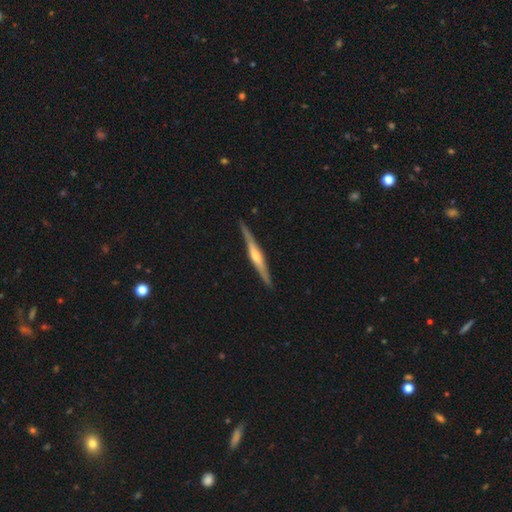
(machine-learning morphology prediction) smooth-or-featured: featured or disk: 78% | smooth: 17% | star or artifact: 5%
  disk-edge-on: yes: 98% | no: 2%
    edge-on-bulge: rounded: 75% | boxy: 13% | none: 12%
  merging: none: 89% | minor disturbance: 9% | major disturbance: 2% | merger: 1%